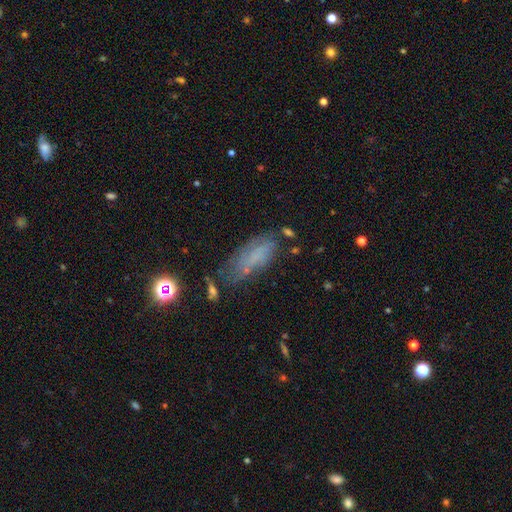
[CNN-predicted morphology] This appears to be a smooth galaxy with no disk features (50%). Merging: none (50%).